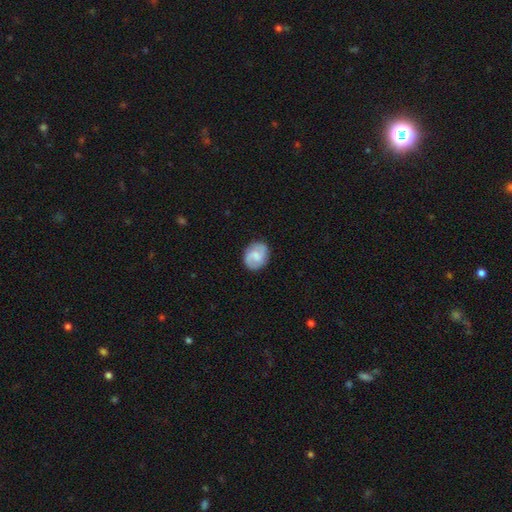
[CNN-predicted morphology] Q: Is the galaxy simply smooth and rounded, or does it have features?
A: featured or disk — 54%.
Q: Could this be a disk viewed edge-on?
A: no — 98%.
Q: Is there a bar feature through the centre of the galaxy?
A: weak — 52%.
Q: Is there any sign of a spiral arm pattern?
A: yes — 89%.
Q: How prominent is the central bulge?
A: moderate — 36%.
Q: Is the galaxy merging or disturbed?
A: none — 83%.